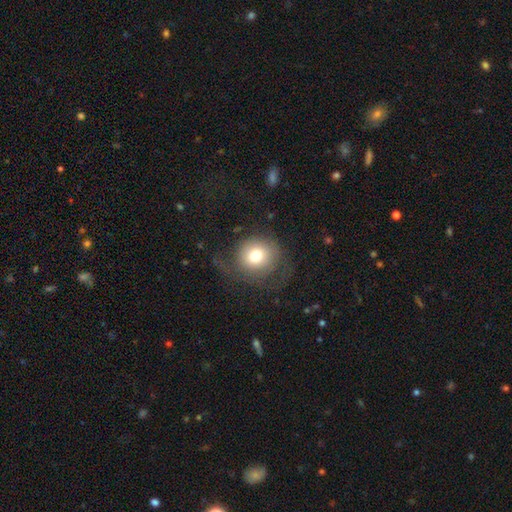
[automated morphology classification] Q: Smooth or featured?
A: smooth (70%); runner-up: featured or disk (19%)
Q: How rounded?
A: round (88%); runner-up: in between (11%)
Q: Merging?
A: none (60%); runner-up: major disturbance (21%)